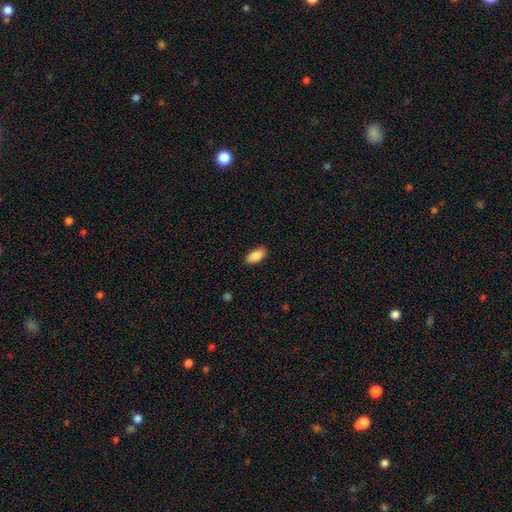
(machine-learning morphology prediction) Smooth or featured? Predicted: smooth (p=0.89). How rounded? Predicted: in between (p=0.93). Merging? Predicted: none (p=0.88).